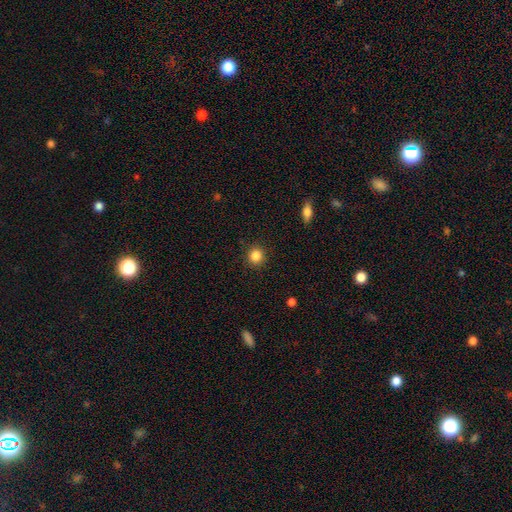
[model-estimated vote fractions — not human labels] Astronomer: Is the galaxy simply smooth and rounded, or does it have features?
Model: smooth — 85%.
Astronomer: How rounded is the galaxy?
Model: round — 91%.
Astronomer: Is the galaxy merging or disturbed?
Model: none — 91%.